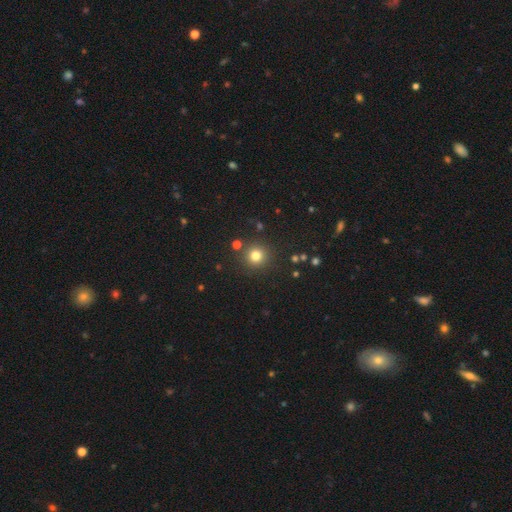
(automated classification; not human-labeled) This is likely a smooth galaxy (79%). How rounded: clearly round (94%). Merging: clearly none (87%).